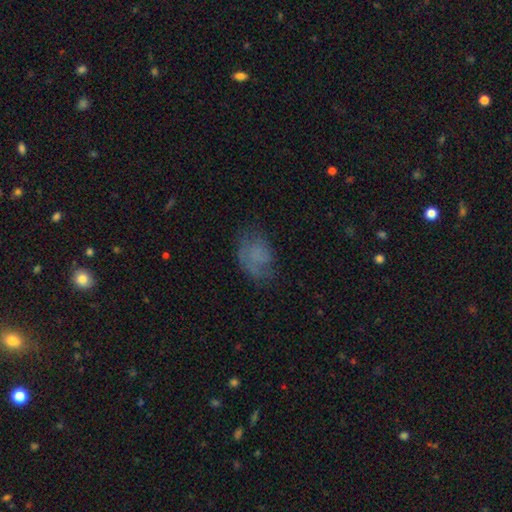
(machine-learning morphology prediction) A smooth galaxy with no disk features (51%) that is in between round and cigar-shaped (74%).

Vote fractions:
- Smooth or featured? smooth: 51% / featured or disk: 35% / star or artifact: 14%
- How rounded? in between: 74% / round: 24% / cigar-shaped: 2%
- Merging? none: 51% / minor disturbance: 26% / major disturbance: 20% / merger: 2%